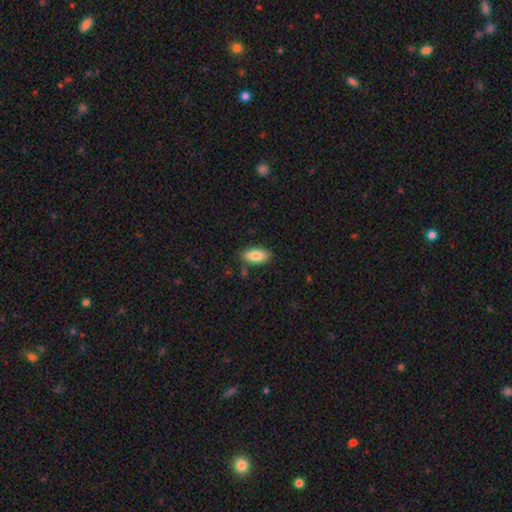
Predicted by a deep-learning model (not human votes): smooth 84%, featured or disk 9%, star or artifact 7%. Down the decision tree: how rounded — in between (91%); merging — none (83%).